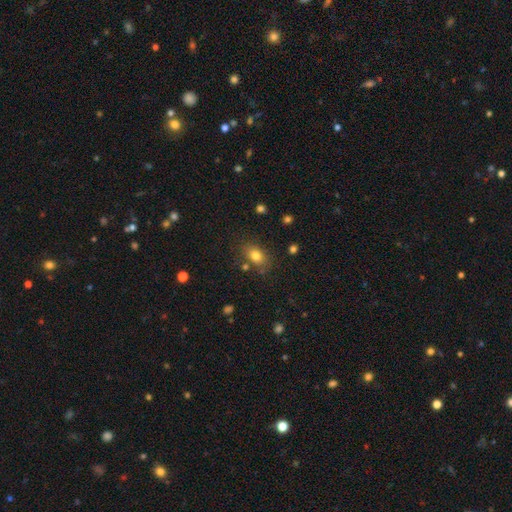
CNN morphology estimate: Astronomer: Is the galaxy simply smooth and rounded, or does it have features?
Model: smooth — 80%.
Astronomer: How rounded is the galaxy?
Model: in between — 78%.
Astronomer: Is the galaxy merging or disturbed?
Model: none — 76%.